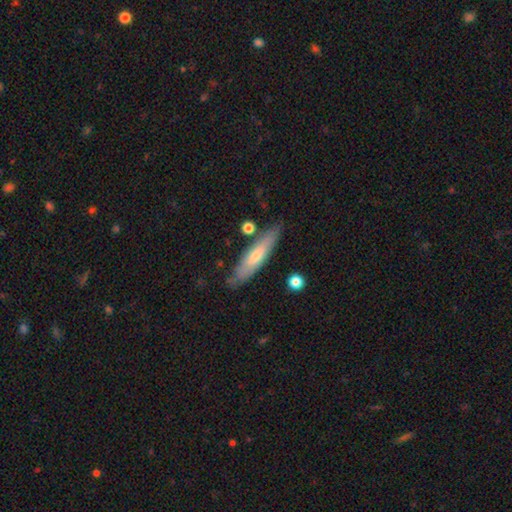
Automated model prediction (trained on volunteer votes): A smooth galaxy with no disk features (56%) that is cigar-shaped (78%). Merging: none (79%).